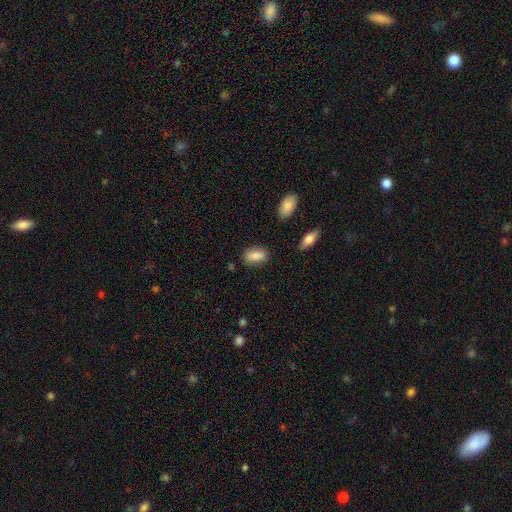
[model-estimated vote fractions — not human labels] This is clearly a smooth galaxy (85%). How rounded: clearly in between (88%). Merging: clearly none (82%).